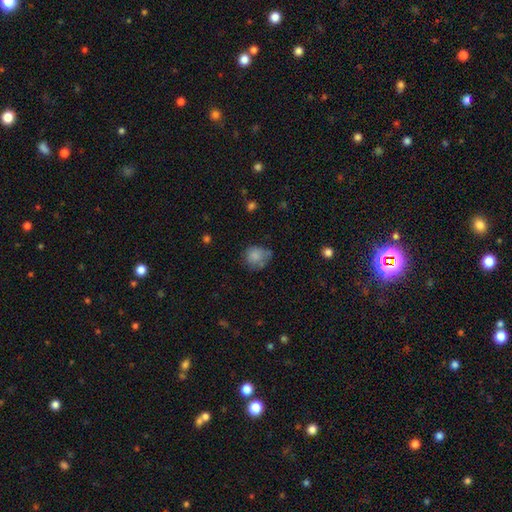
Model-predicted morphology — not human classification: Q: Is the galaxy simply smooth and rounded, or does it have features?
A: smooth — 79%.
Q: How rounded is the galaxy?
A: round — 77%.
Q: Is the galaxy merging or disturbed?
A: none — 52%.